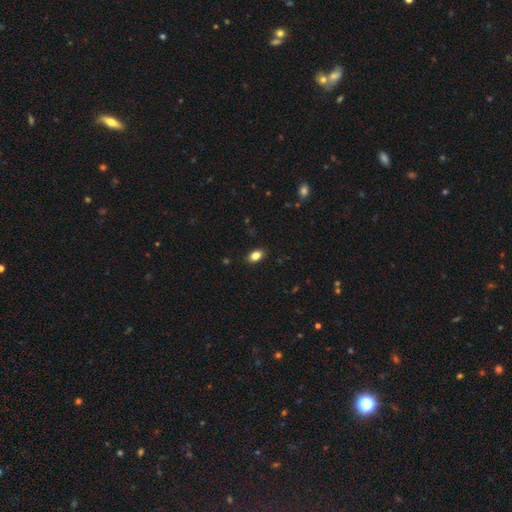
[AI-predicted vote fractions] This appears to be a smooth galaxy with no disk features (84%) that is in between round and cigar-shaped (86%). Merging: none (88%).